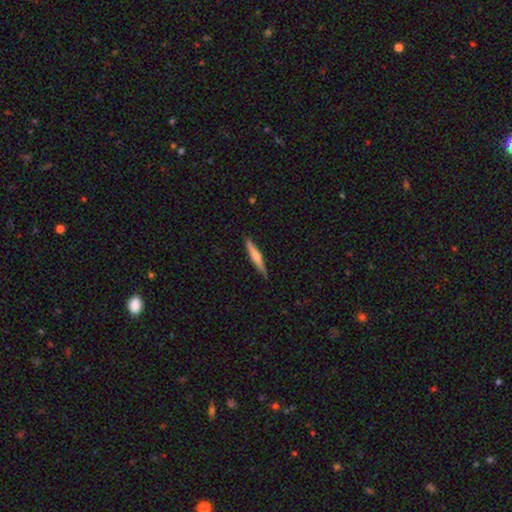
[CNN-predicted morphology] smooth_or_featured: smooth (p=0.51) [alt: featured or disk p=0.44]
how_rounded: cigar-shaped (p=0.92) [alt: in between p=0.07]
merging: none (p=0.86) [alt: minor disturbance p=0.11]